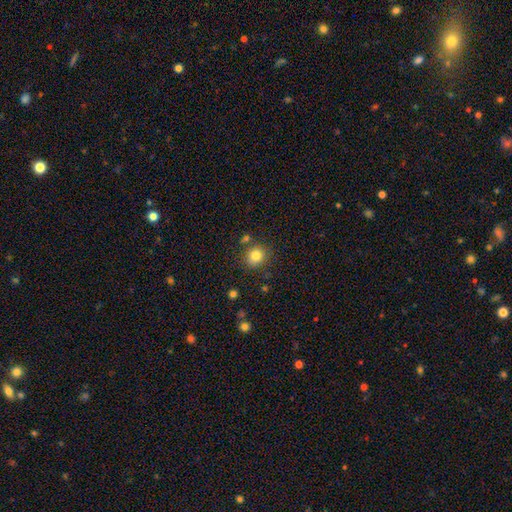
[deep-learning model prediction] smooth_or_featured: smooth (p=0.82) [alt: star or artifact p=0.11]
how_rounded: round (p=0.80) [alt: in between p=0.19]
merging: none (p=0.79) [alt: minor disturbance p=0.11]